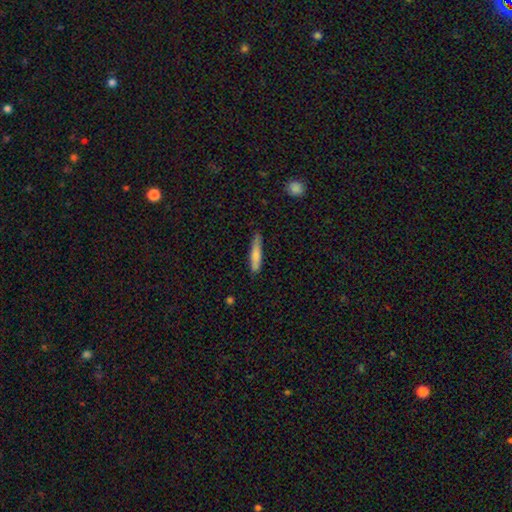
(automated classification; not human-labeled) Smooth or featured?
  - smooth: 76% *
  - featured or disk: 19%
  - star or artifact: 6%
How rounded?
  - cigar-shaped: 89% *
  - in between: 9%
  - round: 1%
Merging?
  - none: 78% *
  - minor disturbance: 17%
  - major disturbance: 3%
  - merger: 2%